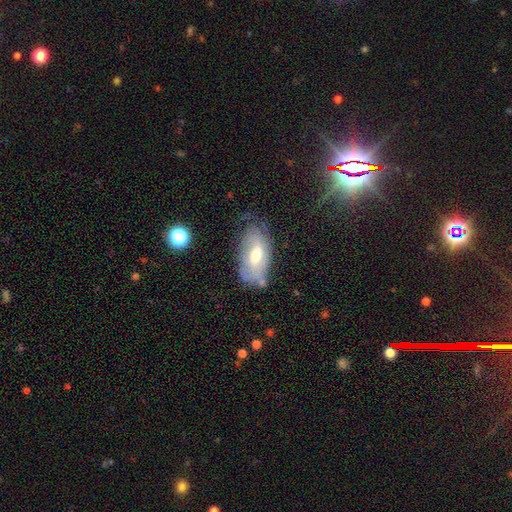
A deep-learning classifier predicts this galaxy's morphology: smooth-or-featured: featured or disk: 52% | smooth: 40% | star or artifact: 8%
  disk-edge-on: no: 88% | yes: 12%
  merging: none: 48% | minor disturbance: 31% | major disturbance: 15% | merger: 6%